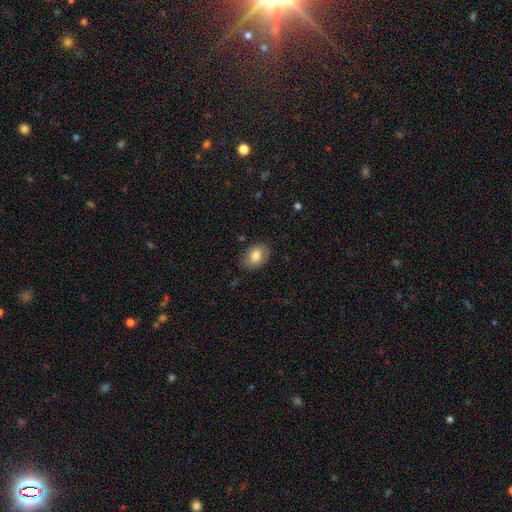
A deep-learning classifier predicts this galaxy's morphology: Smooth or featured? Predicted: smooth (p=0.80). How rounded? Predicted: in between (p=0.80). Merging? Predicted: none (p=0.82).